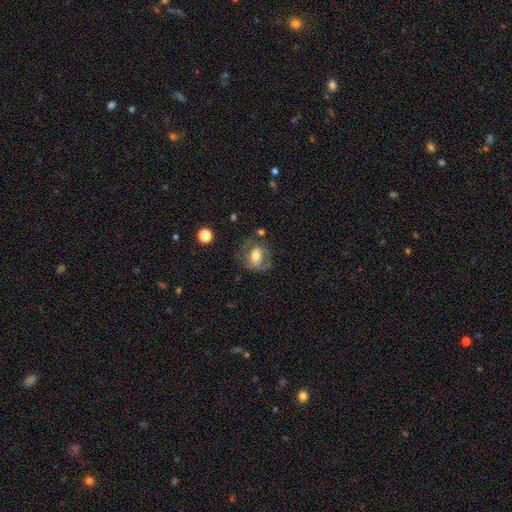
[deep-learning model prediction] smooth_or_featured: featured or disk (p=0.46) [tied with: smooth p=0.46]
merging: none (p=0.56) [alt: minor disturbance p=0.22]